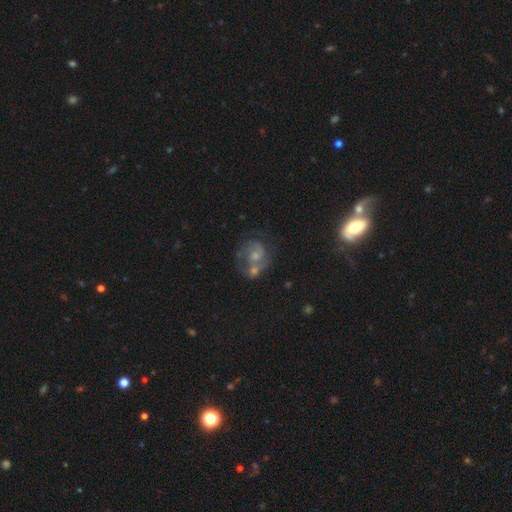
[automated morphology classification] This appears to be a featured or disk galaxy (57%) with no bar (72%), spiral arms (69%) and a moderate central bulge (51%). Merging: merger (39%).